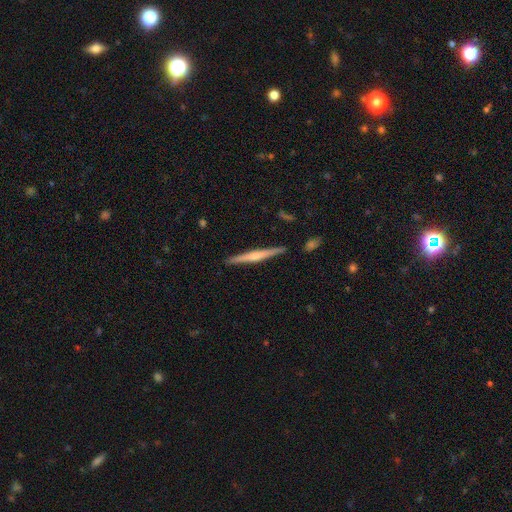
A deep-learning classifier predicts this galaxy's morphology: A featured or disk galaxy (63%) viewed edge-on (98%) with a rounded central bulge (66%).

Vote fractions:
- Smooth or featured? featured or disk: 63% / smooth: 31% / star or artifact: 6%
- Edge-on disk? yes: 98% / no: 2%
- Edge-on bulge? rounded: 66% / none: 22% / boxy: 12%
- Merging? none: 90% / minor disturbance: 7% / merger: 2% / major disturbance: 1%